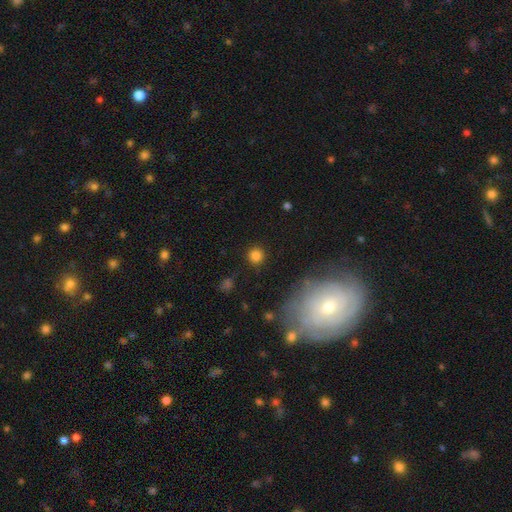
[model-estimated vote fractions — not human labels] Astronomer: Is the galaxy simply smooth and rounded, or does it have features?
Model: smooth — 82%.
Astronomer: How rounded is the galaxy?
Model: round — 94%.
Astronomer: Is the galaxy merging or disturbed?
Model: none — 89%.